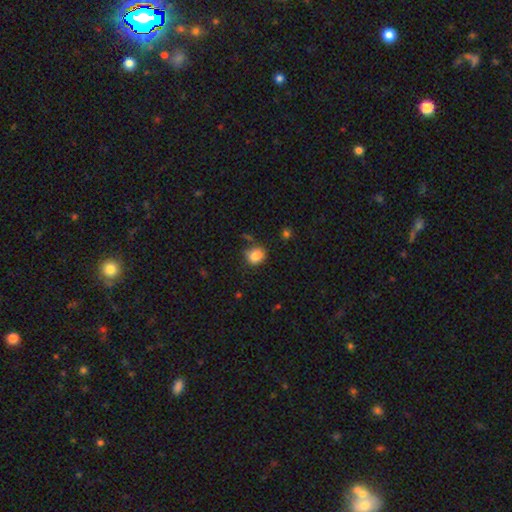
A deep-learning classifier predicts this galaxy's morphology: A smooth galaxy with no disk features (84%) that is round (54%).

Vote fractions:
- Smooth or featured? smooth: 84% / star or artifact: 10% / featured or disk: 6%
- How rounded? round: 54% / in between: 45% / cigar-shaped: 1%
- Merging? none: 63% / minor disturbance: 24% / major disturbance: 7% / merger: 6%